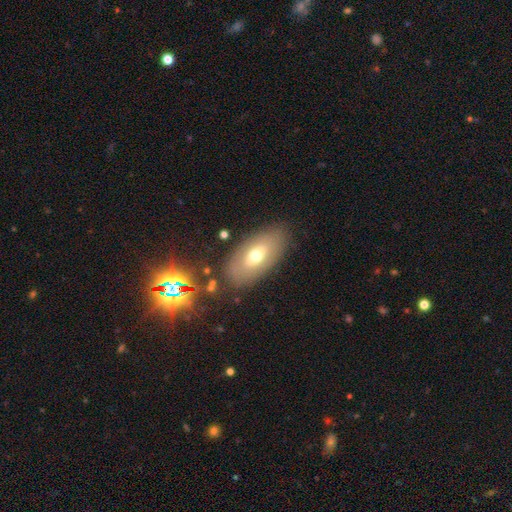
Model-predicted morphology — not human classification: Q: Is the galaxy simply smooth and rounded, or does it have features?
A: smooth — 58%.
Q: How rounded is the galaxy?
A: in between — 90%.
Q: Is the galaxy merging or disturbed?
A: none — 82%.